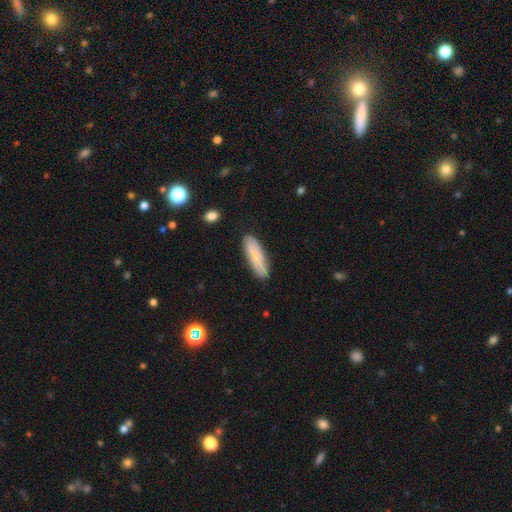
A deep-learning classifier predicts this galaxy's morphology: smooth 77%, featured or disk 16%, star or artifact 6%. Down the decision tree: how rounded — cigar-shaped (62%); merging — none (87%).